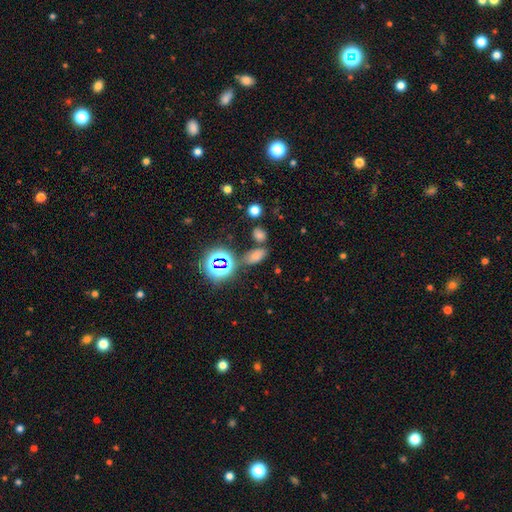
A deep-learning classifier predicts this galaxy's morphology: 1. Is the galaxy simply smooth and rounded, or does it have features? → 60% smooth, 30% star or artifact, 10% featured or disk.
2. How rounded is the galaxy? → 86% in between, 9% round, 5% cigar-shaped.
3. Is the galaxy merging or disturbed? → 71% none, 13% minor disturbance, 12% merger, 5% major disturbance.